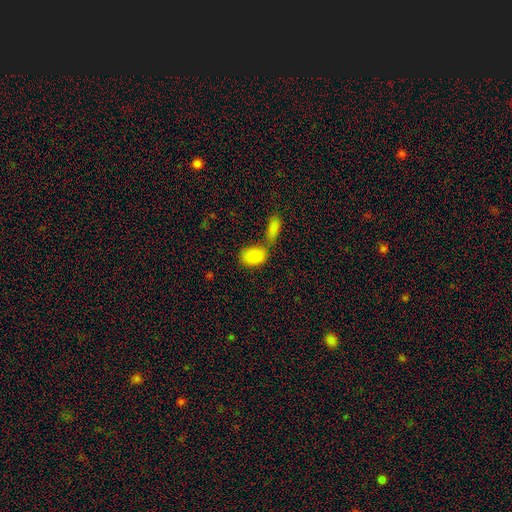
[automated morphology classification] smooth 87%, star or artifact 7%, featured or disk 5%. Down the decision tree: how rounded — in between (89%); merging — none (45%).